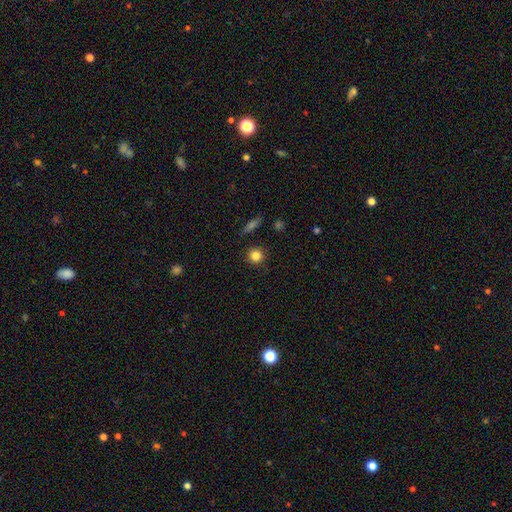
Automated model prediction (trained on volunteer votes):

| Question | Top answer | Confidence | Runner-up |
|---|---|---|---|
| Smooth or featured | smooth | 83% | star or artifact (11%) |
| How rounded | round | 92% | in between (7%) |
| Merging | none | 90% | minor disturbance (7%) |